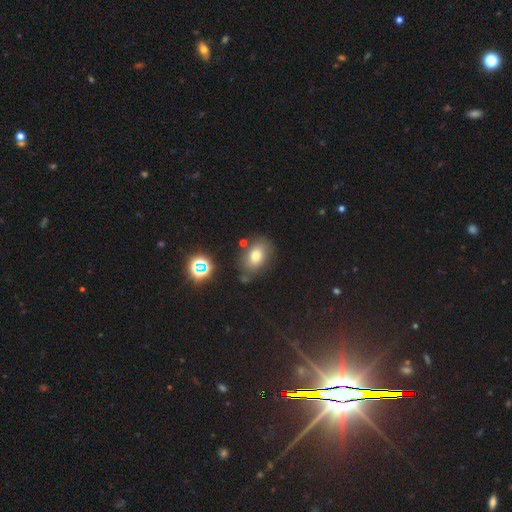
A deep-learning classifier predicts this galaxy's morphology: Smooth or featured? Predicted: smooth (p=0.72). How rounded? Predicted: in between (p=0.75). Merging? Predicted: none (p=0.71).